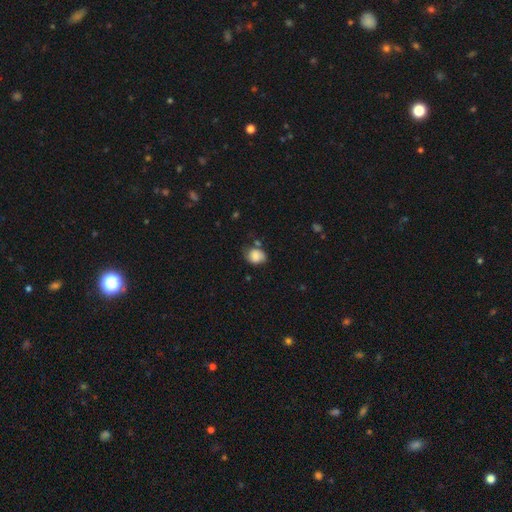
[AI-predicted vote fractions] This appears to be a smooth galaxy with no disk features (78%) that is in between round and cigar-shaped (51%). Merging: none (53%).